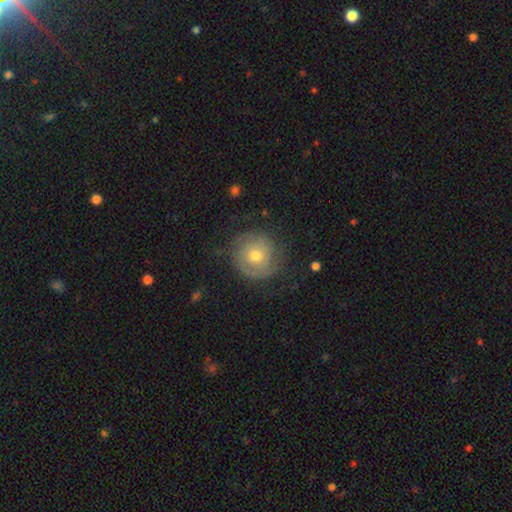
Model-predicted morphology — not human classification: A featured or disk galaxy (46%, tied with smooth).

Vote fractions:
- Smooth or featured? featured or disk: 46% (tied) / smooth: 46% (tied) / star or artifact: 8%
- Merging? none: 72% / minor disturbance: 18% / major disturbance: 8% / merger: 1%